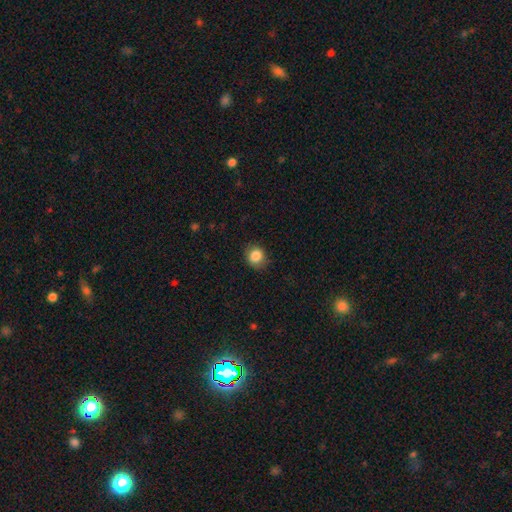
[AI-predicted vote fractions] Smooth or featured? Predicted: smooth (p=0.85). How rounded? Predicted: round (p=0.77). Merging? Predicted: none (p=0.82).